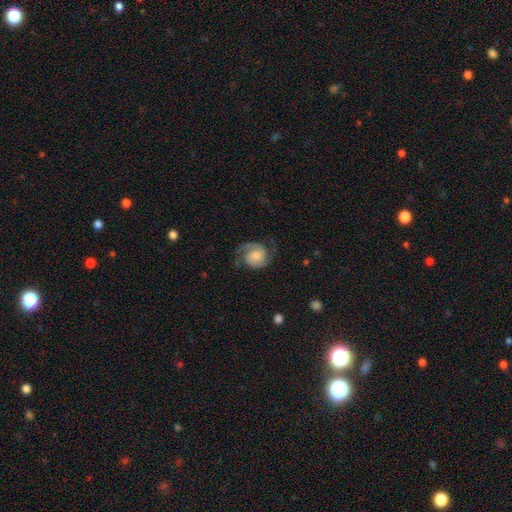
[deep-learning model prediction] Q: Smooth or featured?
A: featured or disk (78%); runner-up: smooth (16%)
Q: Edge-on disk?
A: no (98%); runner-up: yes (2%)
Q: Bar?
A: no (70%); runner-up: weak (25%)
Q: Spiral arms?
A: yes (96%); runner-up: no (4%)
Q: Spiral winding?
A: medium (45%); runner-up: tight (35%)
Q: Spiral arm count?
A: 2 (85%); runner-up: 1 (7%)
Q: Bulge size?
A: moderate (47%); runner-up: small (37%)
Q: Merging?
A: none (70%); runner-up: minor disturbance (18%)